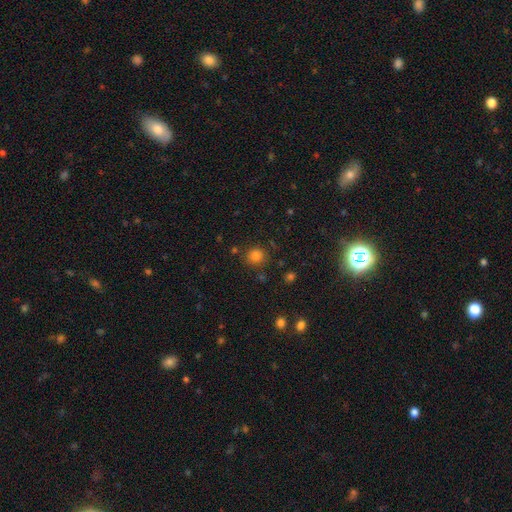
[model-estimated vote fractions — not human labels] The model was most divided on "smooth or featured": smooth: 80%, star or artifact: 14%, featured or disk: 5%. More confident: how rounded — round (90%); merging — none (84%).